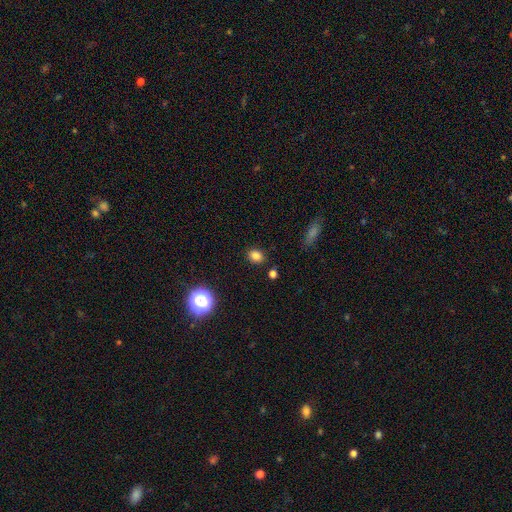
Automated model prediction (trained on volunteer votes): smooth_or_featured: smooth (p=0.81) [alt: star or artifact p=0.14]
how_rounded: in between (p=0.53) [alt: round p=0.45]
merging: none (p=0.85) [alt: minor disturbance p=0.09]